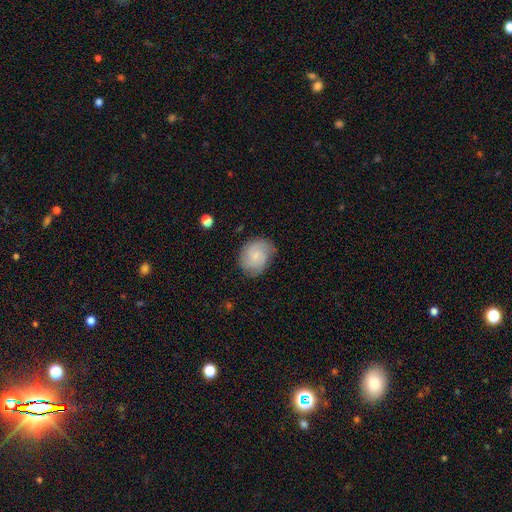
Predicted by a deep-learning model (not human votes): A featured or disk galaxy (46%, tied with smooth).

Vote fractions:
- Smooth or featured? featured or disk: 46% (tied) / smooth: 46% (tied) / star or artifact: 8%
- Merging? none: 74% / minor disturbance: 20% / major disturbance: 5% / merger: 1%